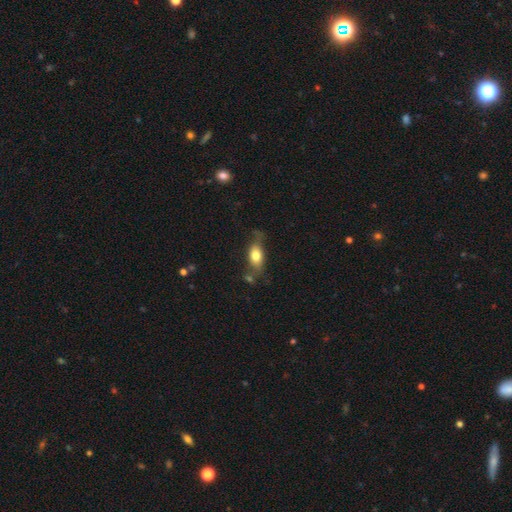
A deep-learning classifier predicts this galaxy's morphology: smooth 73%, featured or disk 19%, star or artifact 8%. Down the decision tree: how rounded — in between (81%); merging — none (58%).